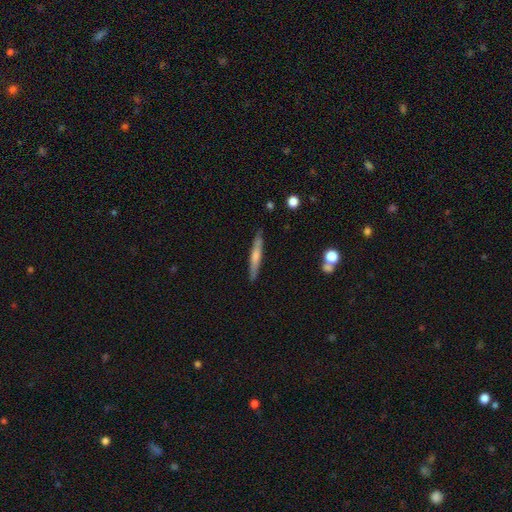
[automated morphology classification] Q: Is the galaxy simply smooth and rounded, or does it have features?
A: smooth — 55%.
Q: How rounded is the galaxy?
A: cigar-shaped — 94%.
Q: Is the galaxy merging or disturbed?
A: none — 87%.